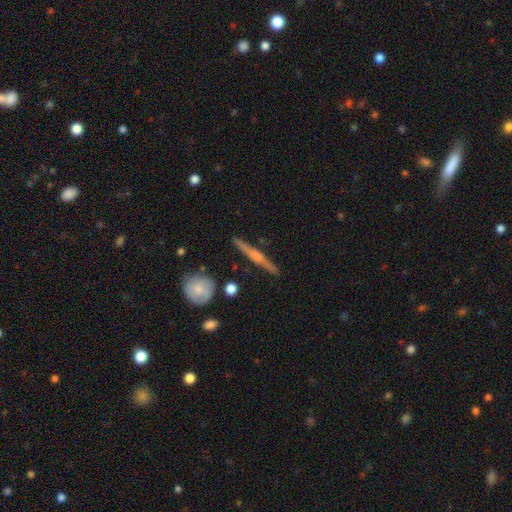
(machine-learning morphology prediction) Smooth or featured: featured or disk — 67% (smooth — 27%)
Edge-on disk: yes — 97% (no — 3%)
Edge-on bulge: rounded — 61% (none — 22%)
Merging: none — 88% (minor disturbance — 8%)